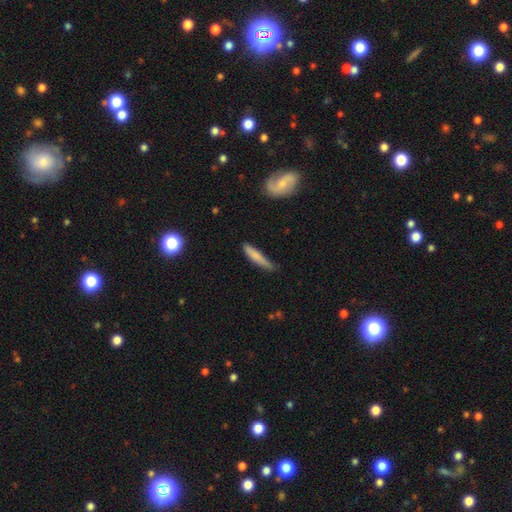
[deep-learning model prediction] smooth 75%, featured or disk 19%, star or artifact 6%. Down the decision tree: how rounded — cigar-shaped (89%); merging — none (61%).